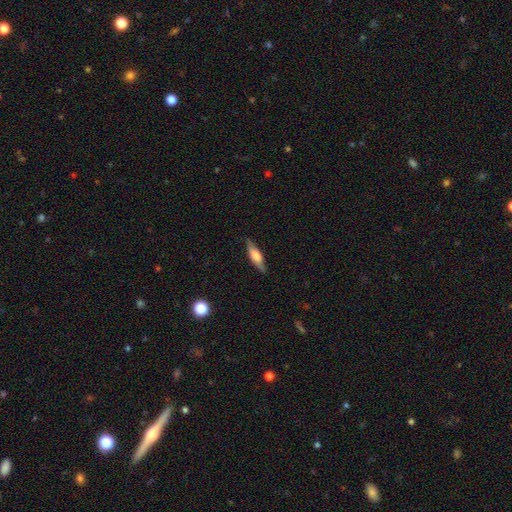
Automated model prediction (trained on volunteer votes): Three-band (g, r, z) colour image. It shows a smooth galaxy with no disk features (52%) that is cigar-shaped (59%). Merging: none (83%).